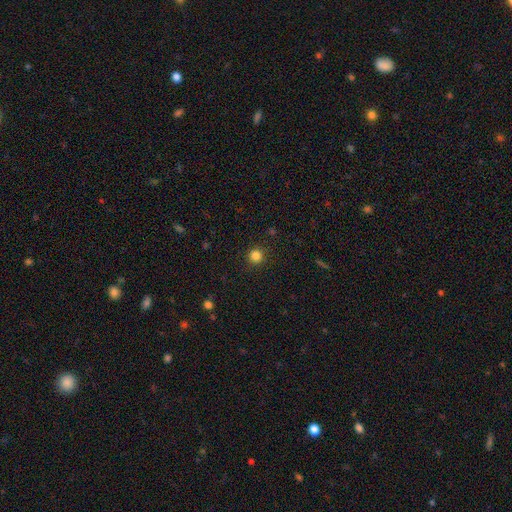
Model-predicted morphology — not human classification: This appears to be a smooth galaxy with no disk features (83%) that is round (94%). Merging: none (92%).